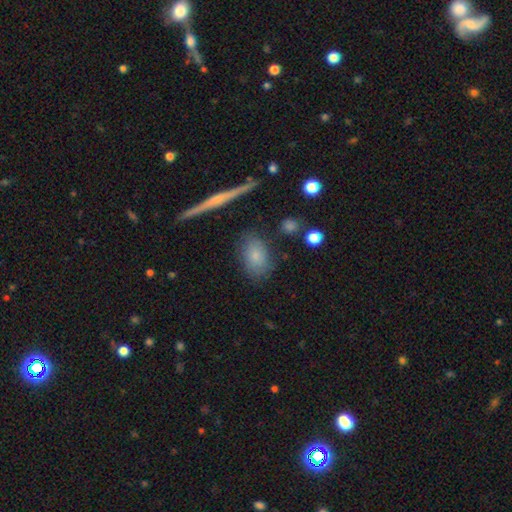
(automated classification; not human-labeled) The model was most divided on "merging": none: 76%, minor disturbance: 15%, major disturbance: 5%, merger: 4%. More confident: how rounded — in between (80%); smooth or featured — smooth (77%).